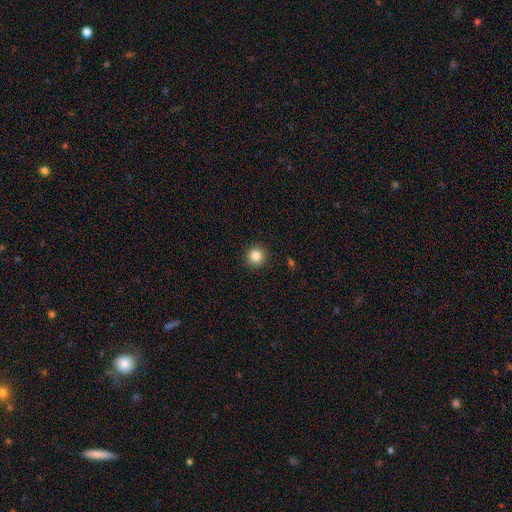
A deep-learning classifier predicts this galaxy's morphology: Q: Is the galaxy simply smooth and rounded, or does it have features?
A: smooth — 85%.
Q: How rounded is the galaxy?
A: round — 93%.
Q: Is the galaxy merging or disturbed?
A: none — 91%.